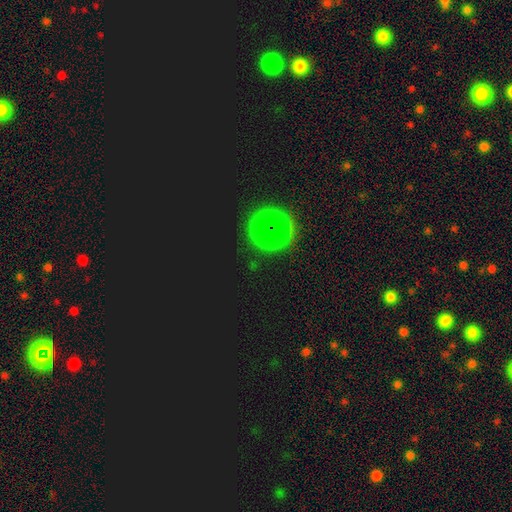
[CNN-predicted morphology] Q: Smooth or featured?
A: star or artifact (57%); runner-up: smooth (34%)